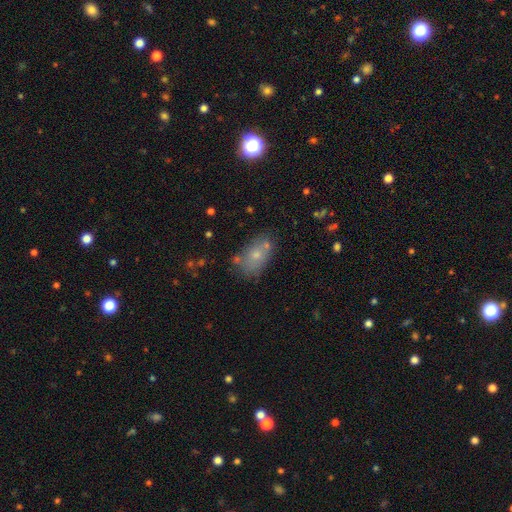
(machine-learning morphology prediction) smooth_or_featured: smooth (p=0.68) [alt: featured or disk p=0.20]
how_rounded: in between (p=0.84) [alt: round p=0.13]
merging: none (p=0.61) [alt: minor disturbance p=0.18]